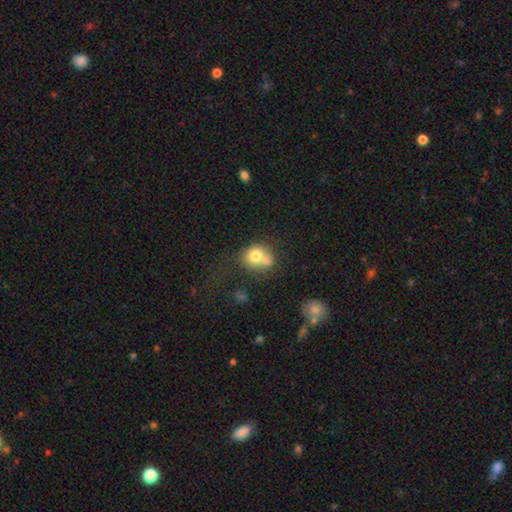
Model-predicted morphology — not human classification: Smooth or featured: smooth — 71% (featured or disk — 19%)
How rounded: round — 64% (in between — 35%)
Merging: merger — 43% (none — 33%)